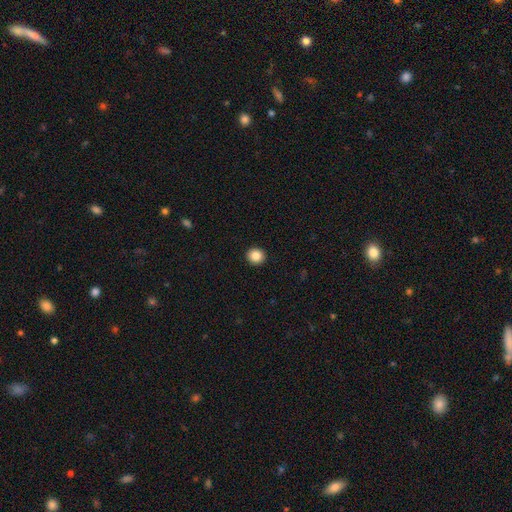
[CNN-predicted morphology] A smooth galaxy with no disk features (86%) that is round (91%).

Vote fractions:
- Smooth or featured? smooth: 86% / star or artifact: 9% / featured or disk: 4%
- How rounded? round: 91% / in between: 8% / cigar-shaped: 1%
- Merging? none: 93% / minor disturbance: 4% / major disturbance: 1% / merger: 1%